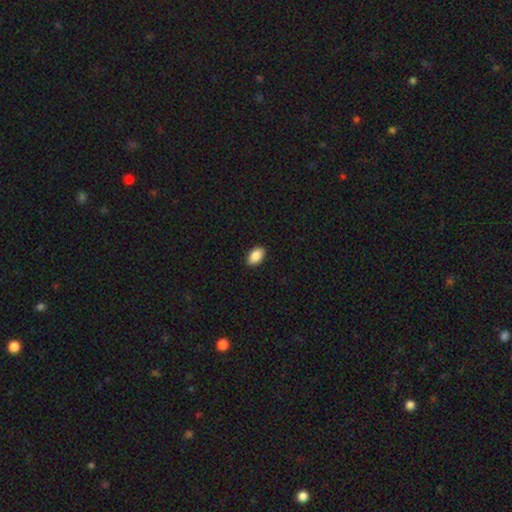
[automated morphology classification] This appears to be a smooth galaxy with no disk features (90%) that is in between round and cigar-shaped (93%). Merging: none (89%).